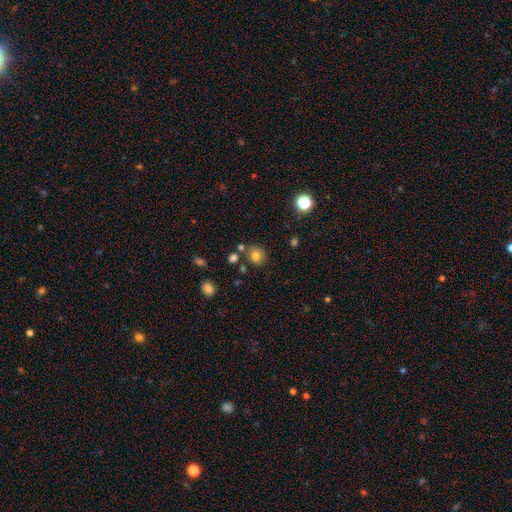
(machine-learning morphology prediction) Smooth or featured? Predicted: smooth (p=0.78). How rounded? Predicted: round (p=0.76). Merging? Predicted: none (p=0.77).